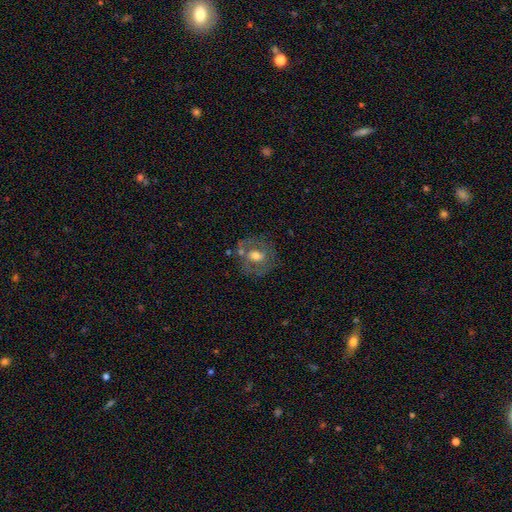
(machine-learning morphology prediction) Smooth or featured? featured or disk (55%)
Edge-on disk? no (95%)
Bar? no (54%)
Spiral arms? no (63%)
Bulge size? moderate (70%)
Merging? none (64%)